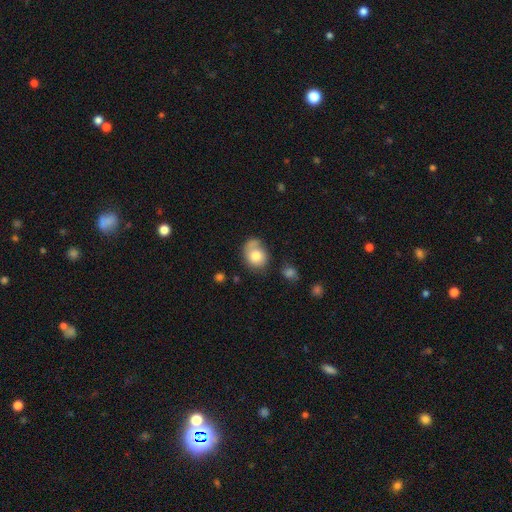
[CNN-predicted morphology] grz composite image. It shows a smooth galaxy with no disk features (71%) that is round (53%). Merging: none (46%).